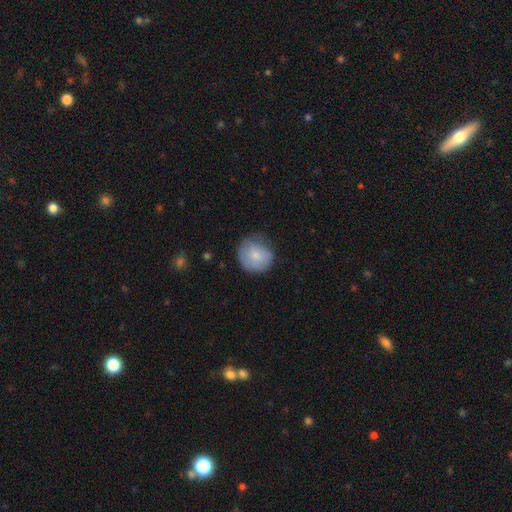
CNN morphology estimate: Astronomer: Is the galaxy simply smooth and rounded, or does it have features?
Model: smooth — 78%.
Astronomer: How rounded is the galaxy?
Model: round — 84%.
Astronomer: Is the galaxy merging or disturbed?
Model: none — 63%.